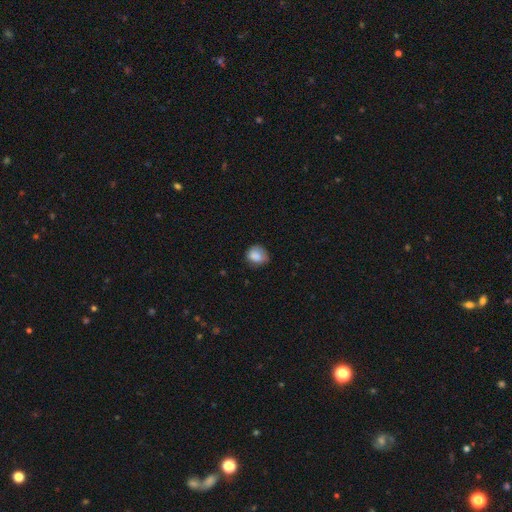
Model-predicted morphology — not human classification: Smooth or featured? smooth (83%)
How rounded? round (63%)
Merging? none (62%)